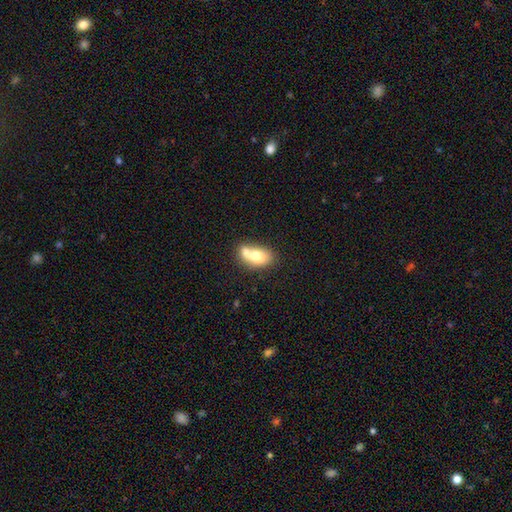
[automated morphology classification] Smooth or featured?
  - smooth: 65% *
  - featured or disk: 28%
  - star or artifact: 8%
How rounded?
  - in between: 80% *
  - round: 16%
  - cigar-shaped: 4%
Merging?
  - merger: 55% *
  - none: 28%
  - minor disturbance: 12%
  - major disturbance: 5%